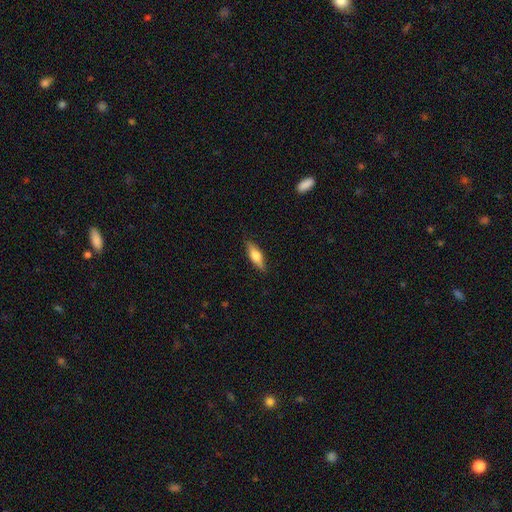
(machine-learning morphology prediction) smooth_or_featured: smooth (p=0.59) [alt: featured or disk p=0.35]
how_rounded: in between (p=0.54) [alt: cigar-shaped p=0.43]
merging: none (p=0.85) [alt: minor disturbance p=0.12]